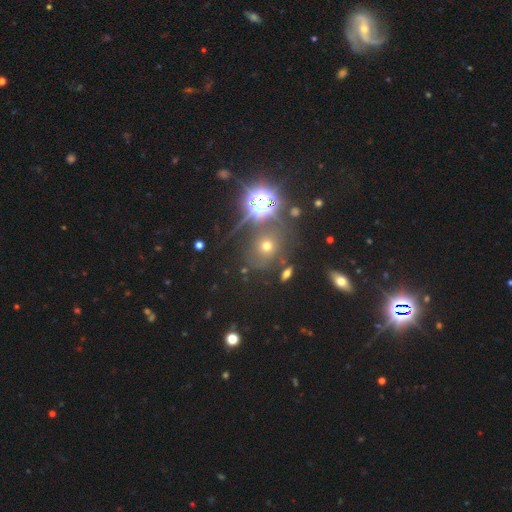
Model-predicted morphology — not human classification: Smooth or featured? Predicted: star or artifact (p=0.64).